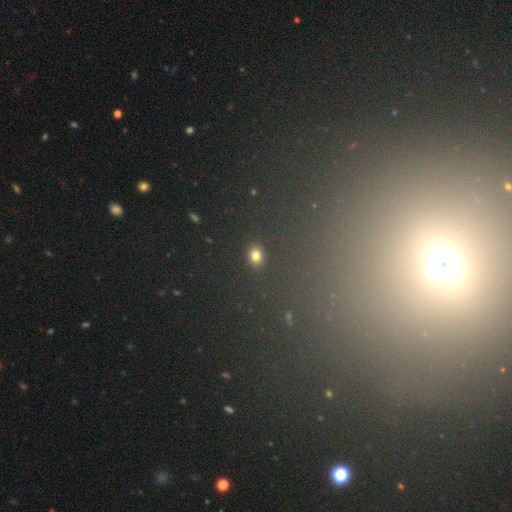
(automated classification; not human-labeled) Smooth or featured? Predicted: smooth (p=0.77). How rounded? Predicted: in between (p=0.67). Merging? Predicted: none (p=0.89).